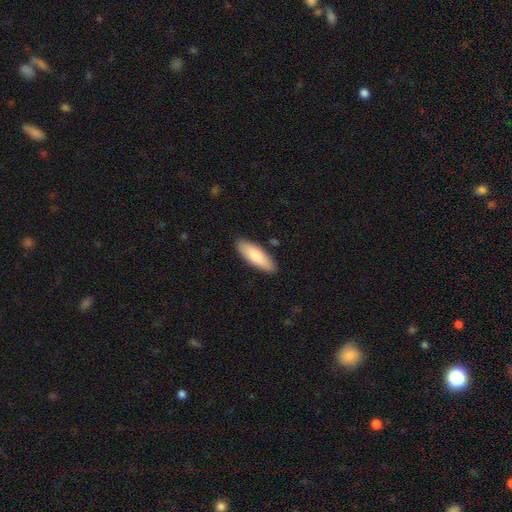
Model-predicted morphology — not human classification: The model was most divided on "how rounded": in between: 59%, cigar-shaped: 39%, round: 2%. More confident: merging — none (88%); smooth or featured — smooth (80%).